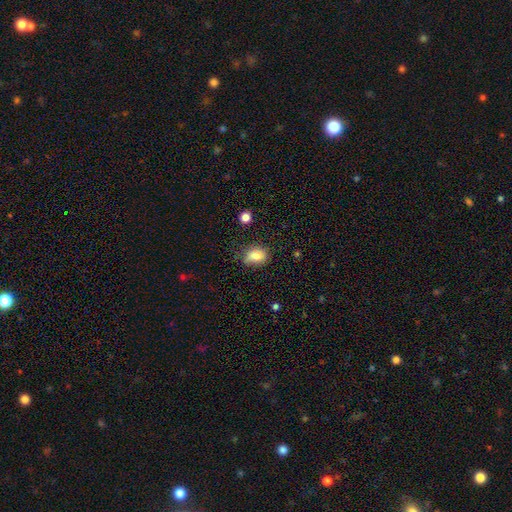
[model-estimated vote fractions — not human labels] Q: Smooth or featured?
A: smooth (83%); runner-up: star or artifact (9%)
Q: How rounded?
A: in between (75%); runner-up: round (23%)
Q: Merging?
A: none (64%); runner-up: minor disturbance (27%)